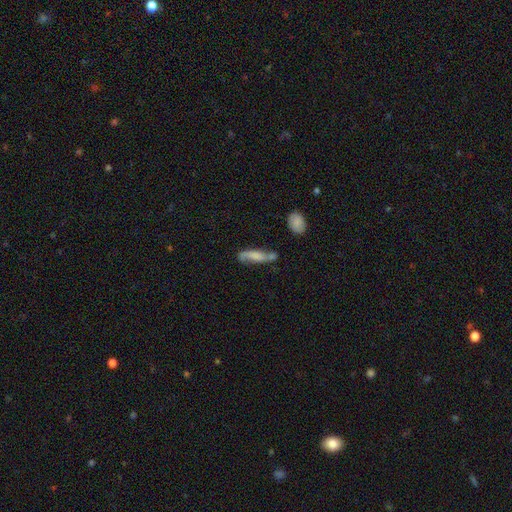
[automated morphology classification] The model was most divided on "smooth or featured": smooth: 52%, featured or disk: 40%, star or artifact: 8%. Remaining: how rounded — cigar-shaped (60%); merging — none (48%).